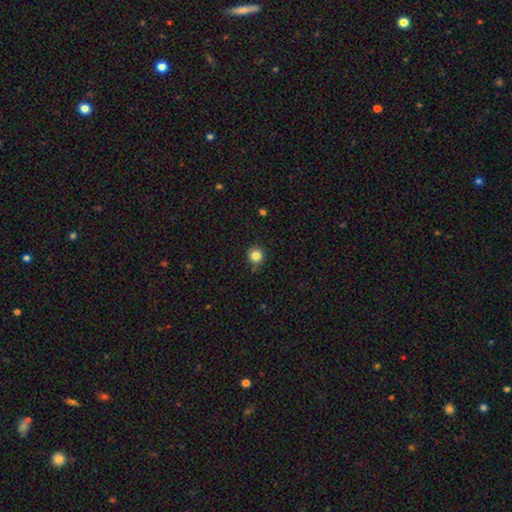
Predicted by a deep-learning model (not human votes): This appears to be a smooth galaxy with no disk features (84%) that is round (93%). Merging: none (87%).